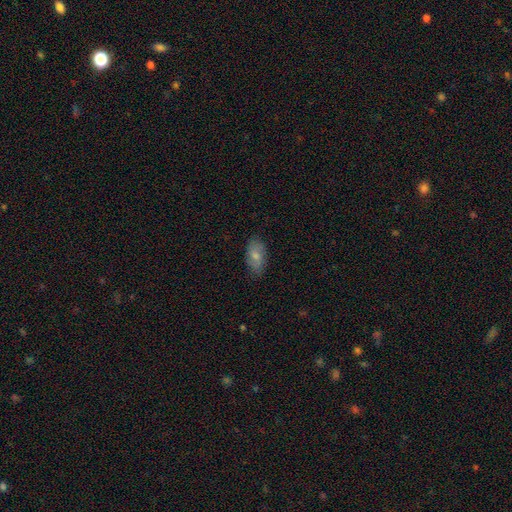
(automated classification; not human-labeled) This appears to be a smooth galaxy with no disk features (74%) that is in between round and cigar-shaped (92%). Merging: none (79%).